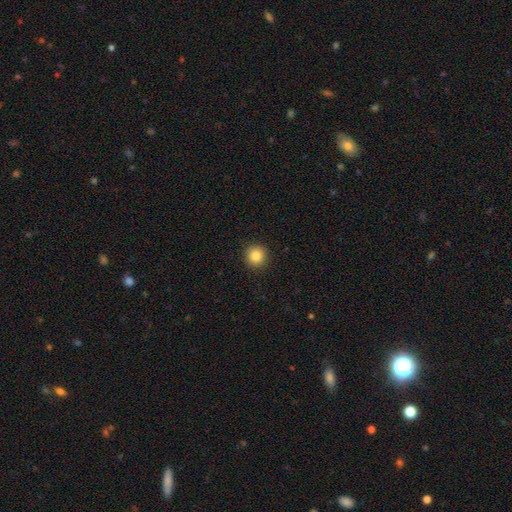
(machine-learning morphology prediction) Overall: smooth (85%). How rounded: round (93%). Merging: none (92%).